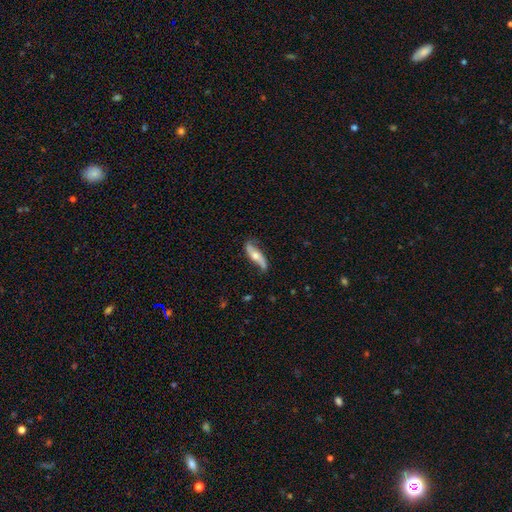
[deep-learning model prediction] smooth_or_featured: featured or disk (p=0.62) [alt: smooth p=0.32]
disk_edge_on: no (p=0.64) [alt: yes p=0.36]
merging: none (p=0.69) [alt: minor disturbance p=0.22]